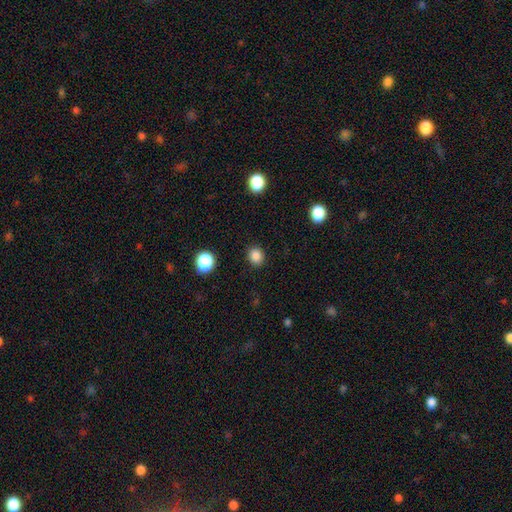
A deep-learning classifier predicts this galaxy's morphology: smooth 85%, star or artifact 11%, featured or disk 4%. Down the decision tree: how rounded — round (73%); merging — none (90%).